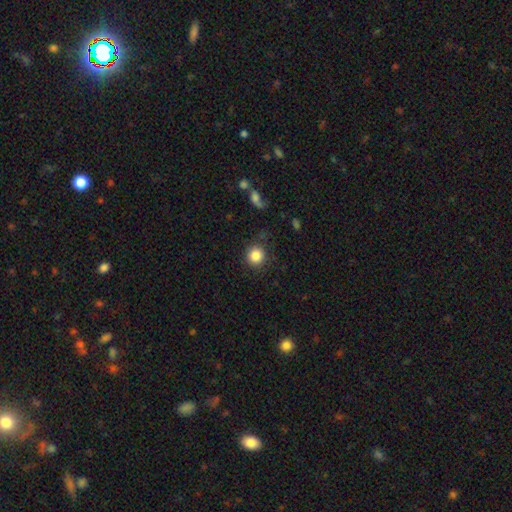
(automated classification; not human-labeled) Q: Smooth or featured?
A: smooth (85%); runner-up: star or artifact (9%)
Q: How rounded?
A: round (92%); runner-up: in between (7%)
Q: Merging?
A: none (84%); runner-up: minor disturbance (10%)